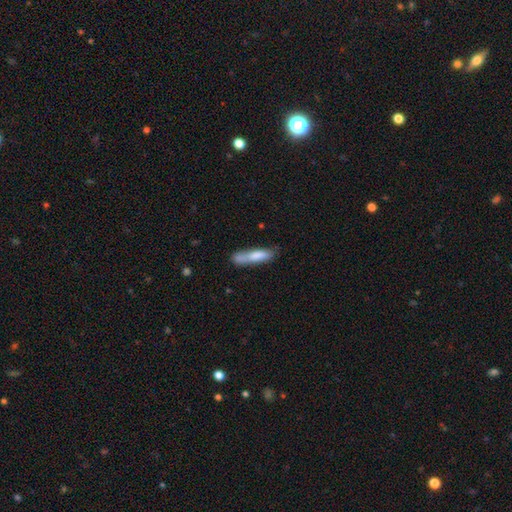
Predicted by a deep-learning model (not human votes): Smooth or featured: smooth — 76% (featured or disk — 18%)
How rounded: cigar-shaped — 77% (in between — 22%)
Merging: none — 57% (minor disturbance — 23%)